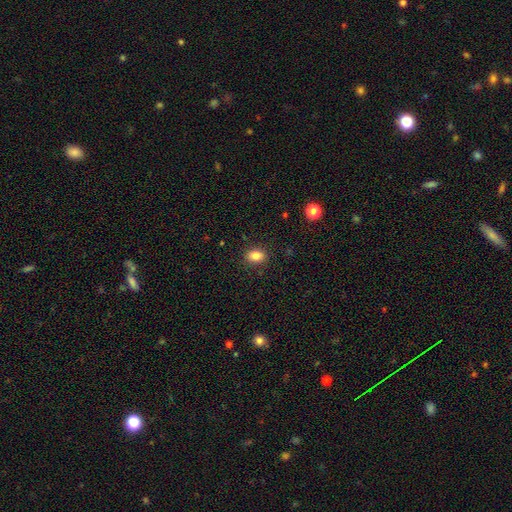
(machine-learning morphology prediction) This appears to be a smooth galaxy with no disk features (83%) that is in between round and cigar-shaped (65%). Merging: none (88%).